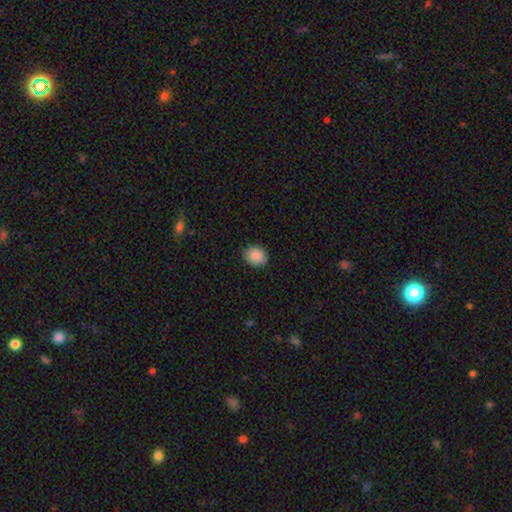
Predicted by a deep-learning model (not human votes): smooth_or_featured: smooth (p=0.88) [alt: star or artifact p=0.08]
how_rounded: round (p=0.65) [alt: in between p=0.34]
merging: none (p=0.88) [alt: minor disturbance p=0.09]